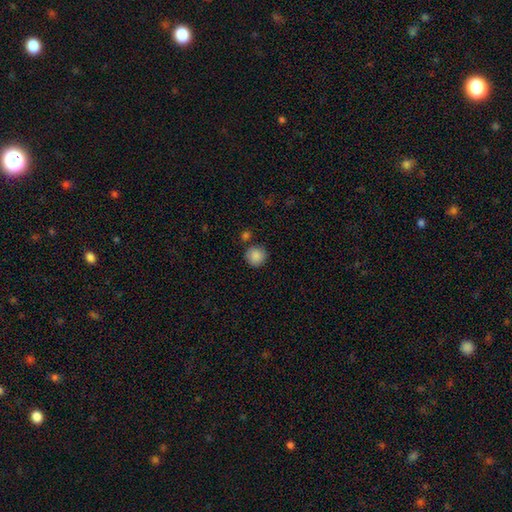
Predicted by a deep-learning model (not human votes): Overall: smooth (88%). How rounded: round (93%). Merging: none (83%).